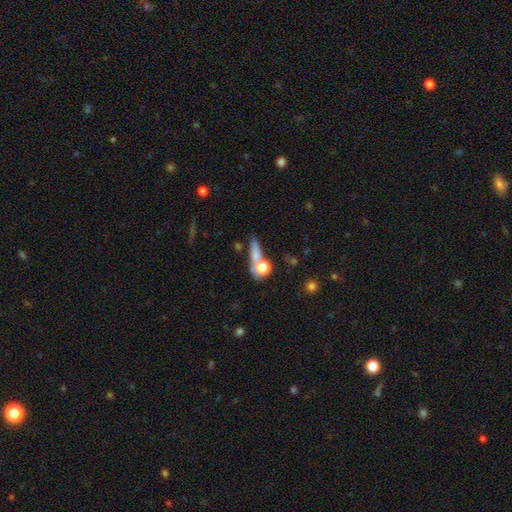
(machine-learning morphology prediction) The model was most divided on "how rounded": round: 40%, cigar-shaped: 34%, in between: 26%. Remaining: smooth or featured — smooth (68%); merging — none (47%).